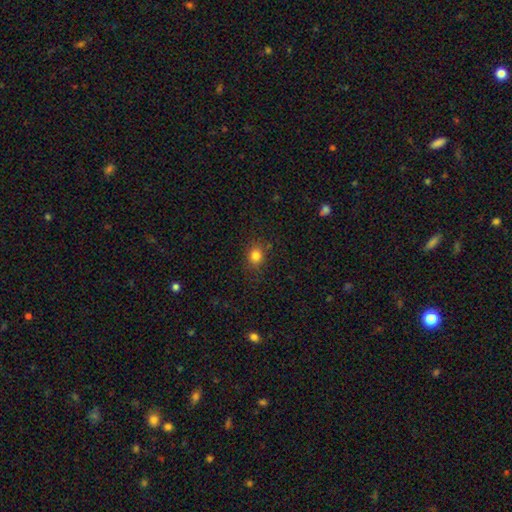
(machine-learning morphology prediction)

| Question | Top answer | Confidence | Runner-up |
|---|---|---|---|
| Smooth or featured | smooth | 81% | star or artifact (13%) |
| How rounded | round | 67% | in between (31%) |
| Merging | none | 83% | minor disturbance (12%) |